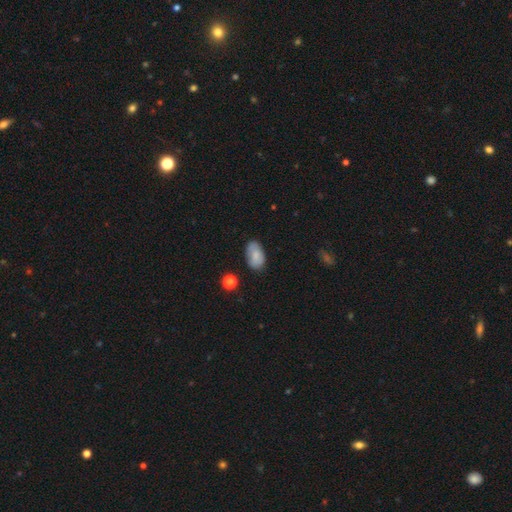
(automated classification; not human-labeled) Smooth or featured: smooth — 76% (featured or disk — 16%)
How rounded: in between — 92% (round — 6%)
Merging: none — 73% (minor disturbance — 21%)